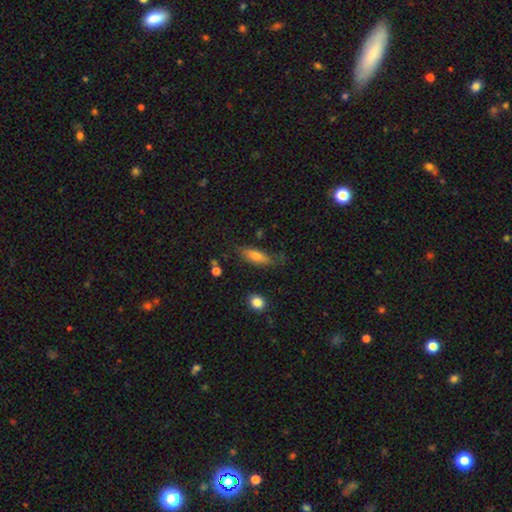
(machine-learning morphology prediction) A smooth galaxy with no disk features (70%) that is in between round and cigar-shaped (53%). Merging: none (68%).